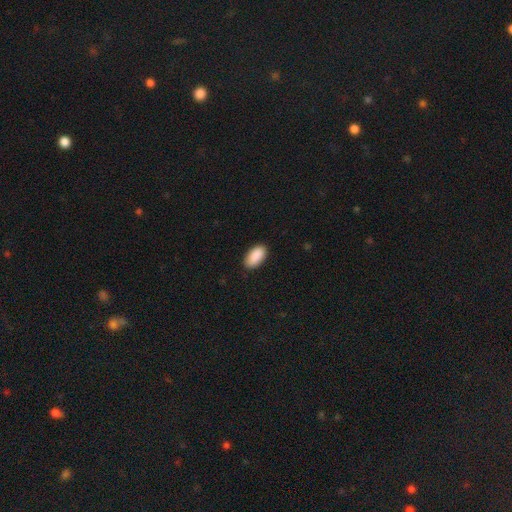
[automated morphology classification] smooth_or_featured: smooth (p=0.91) [alt: star or artifact p=0.06]
how_rounded: in between (p=0.95) [alt: cigar-shaped p=0.02]
merging: none (p=0.87) [alt: minor disturbance p=0.10]